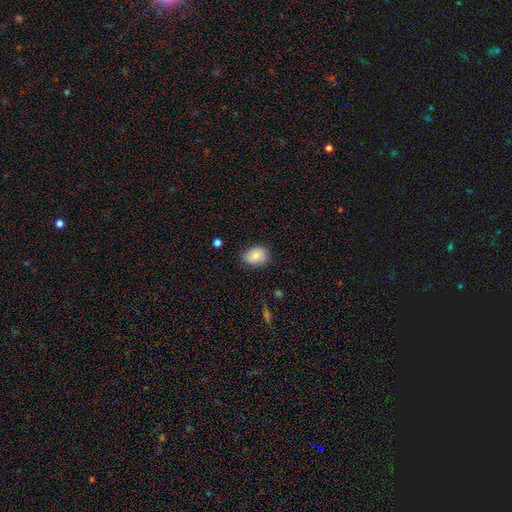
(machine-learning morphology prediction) Smooth or featured: smooth — 83% (featured or disk — 9%)
How rounded: in between — 69% (round — 30%)
Merging: none — 74% (minor disturbance — 21%)